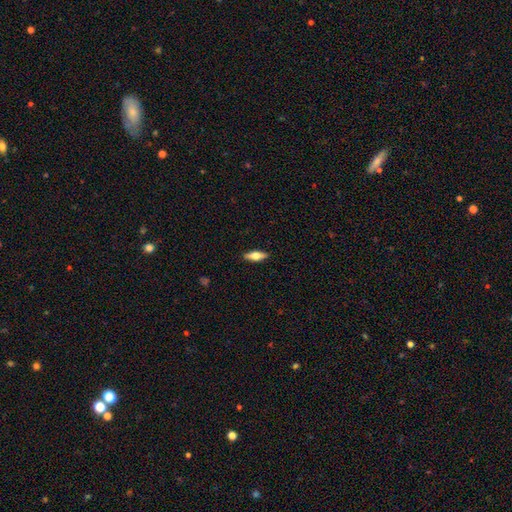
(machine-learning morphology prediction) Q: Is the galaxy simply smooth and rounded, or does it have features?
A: smooth — 52%.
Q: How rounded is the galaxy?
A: in between — 57%.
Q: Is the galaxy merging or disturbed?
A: none — 90%.